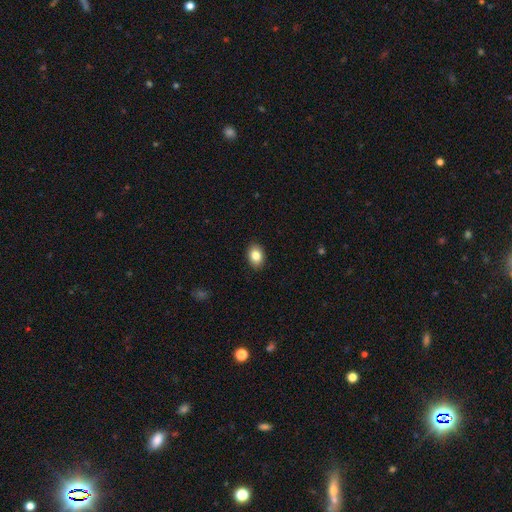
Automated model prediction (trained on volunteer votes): Smooth or featured? smooth (84%)
How rounded? in between (75%)
Merging? none (89%)